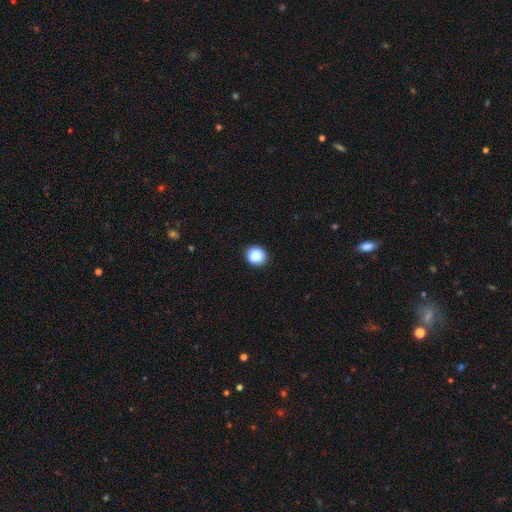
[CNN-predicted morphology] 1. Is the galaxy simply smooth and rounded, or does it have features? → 88% smooth, 9% star or artifact, 3% featured or disk.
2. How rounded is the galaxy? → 86% round, 13% in between, 1% cigar-shaped.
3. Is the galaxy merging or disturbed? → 92% none, 5% minor disturbance, 2% major disturbance, 1% merger.